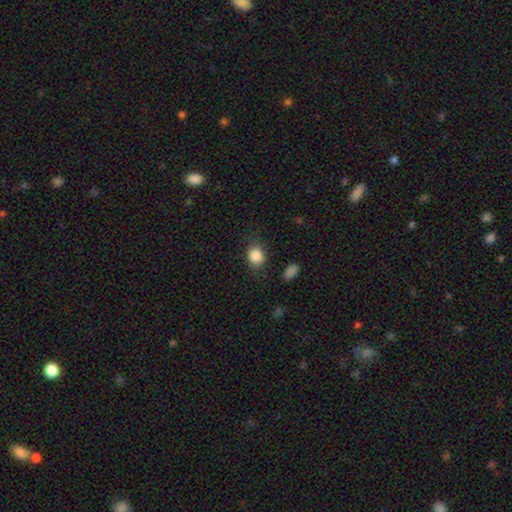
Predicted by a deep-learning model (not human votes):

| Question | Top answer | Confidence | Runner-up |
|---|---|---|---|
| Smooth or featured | smooth | 86% | star or artifact (9%) |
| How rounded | round | 62% | in between (36%) |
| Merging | none | 77% | minor disturbance (16%) |